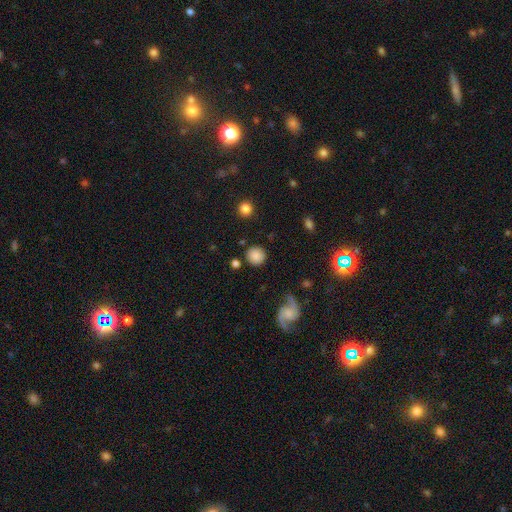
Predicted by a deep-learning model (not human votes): smooth_or_featured: smooth (p=0.80) [alt: featured or disk p=0.12]
how_rounded: round (p=0.92) [alt: in between p=0.07]
merging: none (p=0.85) [alt: minor disturbance p=0.09]